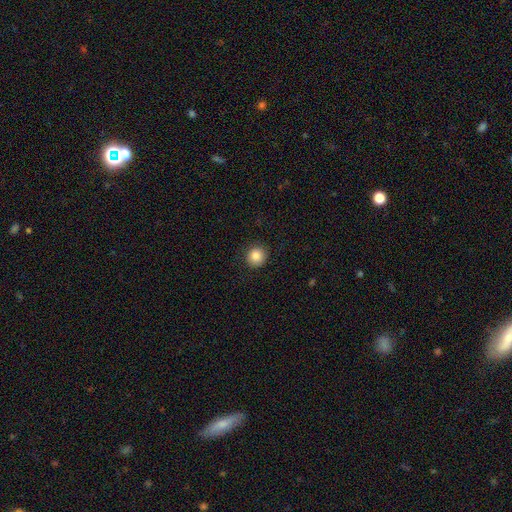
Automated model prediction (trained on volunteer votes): Smooth or featured? Predicted: smooth (p=0.86). How rounded? Predicted: round (p=0.92). Merging? Predicted: none (p=0.90).